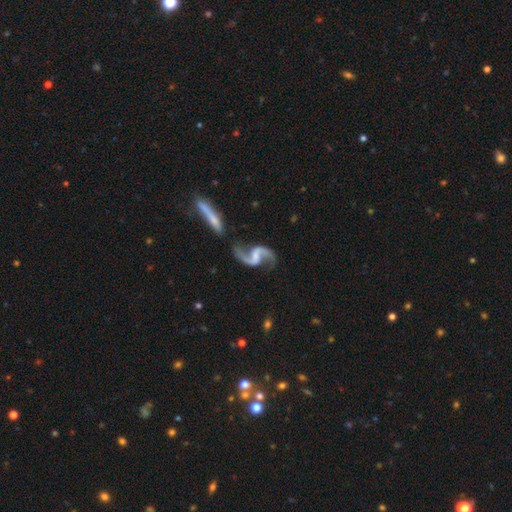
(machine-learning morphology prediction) featured or disk 92%, star or artifact 4%, smooth 4%. Down the decision tree: edge-on disk — no (98%); bar — weak (46%); spiral arms — yes (97%); spiral arm count — 2 (94%); spiral winding — loose (76%); bulge size — none (53%); merging — none (69%).